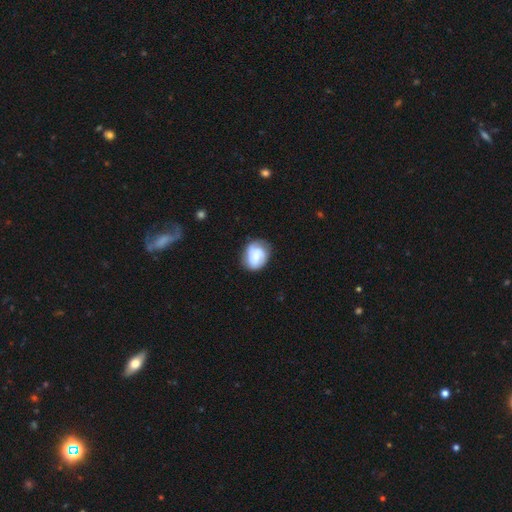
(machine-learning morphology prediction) A smooth galaxy with no disk features (59%) that is round (54%).

Vote fractions:
- Smooth or featured? smooth: 59% / featured or disk: 34% / star or artifact: 7%
- How rounded? round: 54% / in between: 45% / cigar-shaped: 1%
- Merging? none: 61% / minor disturbance: 28% / major disturbance: 9% / merger: 2%